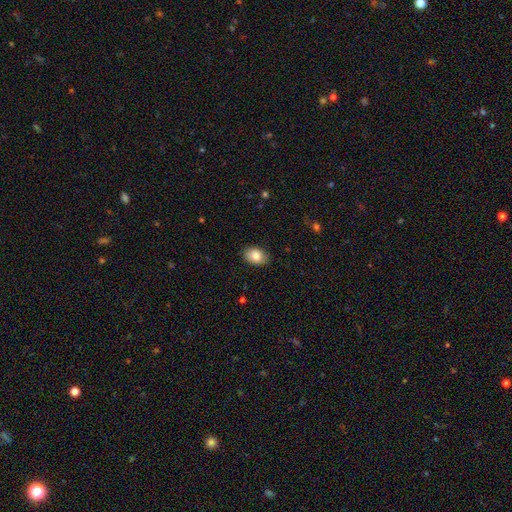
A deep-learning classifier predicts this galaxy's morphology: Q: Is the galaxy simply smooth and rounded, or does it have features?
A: smooth — 85%.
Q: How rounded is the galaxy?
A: in between — 80%.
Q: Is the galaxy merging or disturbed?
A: none — 87%.